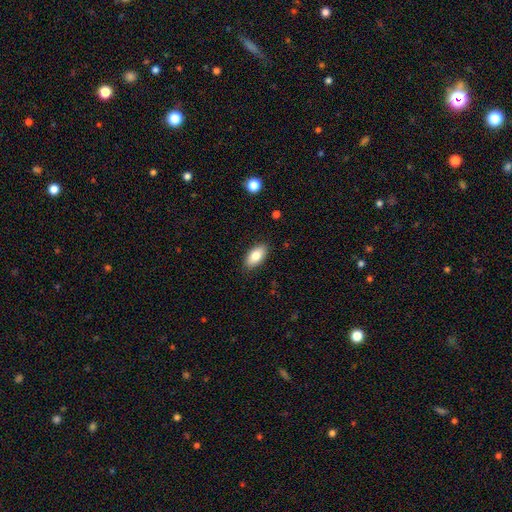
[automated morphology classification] Overall: smooth (82%). How rounded: in between (92%). Merging: none (87%).